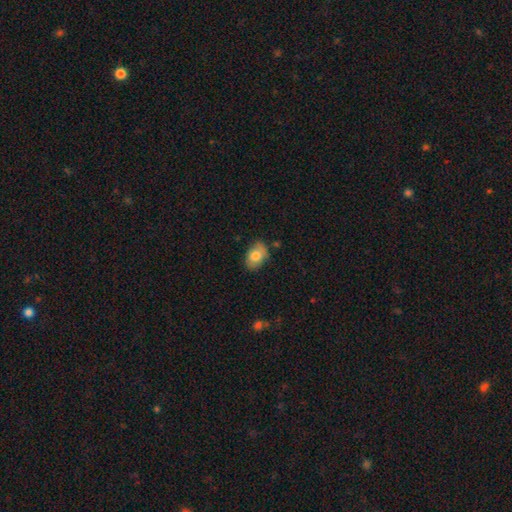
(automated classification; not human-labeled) Overall: smooth (78%). How rounded: in between (84%). Merging: none (76%).